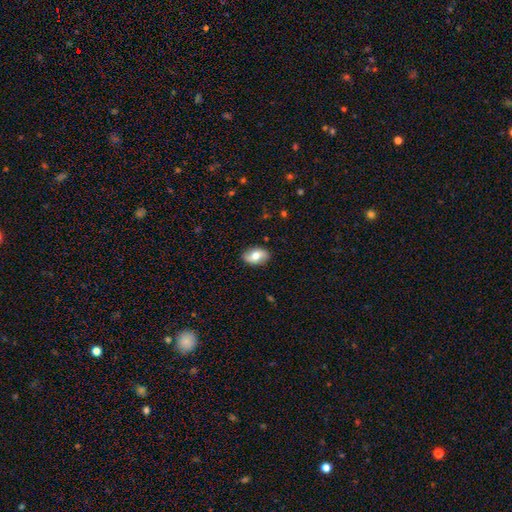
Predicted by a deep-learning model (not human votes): A smooth galaxy with no disk features (66%) that is in between round and cigar-shaped (89%). Merging: none (87%).